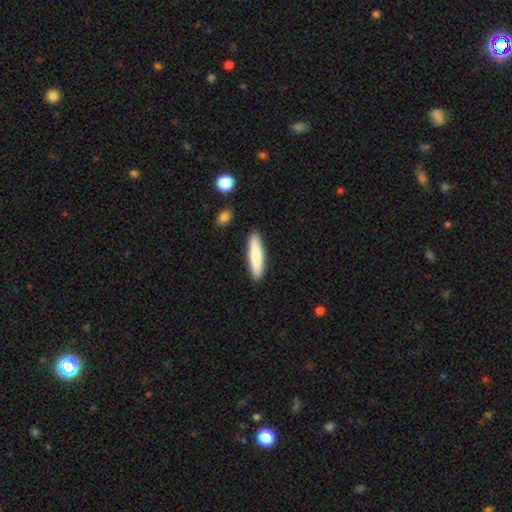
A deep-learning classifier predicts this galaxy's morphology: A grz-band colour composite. It shows a smooth galaxy with no disk features (81%) that is cigar-shaped (84%). Merging: none (90%).